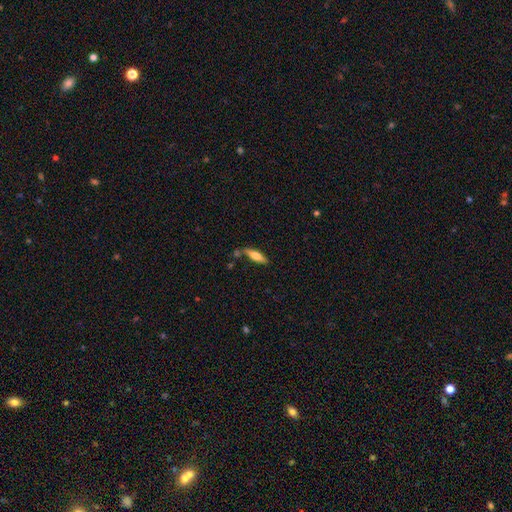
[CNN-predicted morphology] Smooth or featured? Predicted: smooth (p=0.60). How rounded? Predicted: cigar-shaped (p=0.52). Merging? Predicted: none (p=0.71).